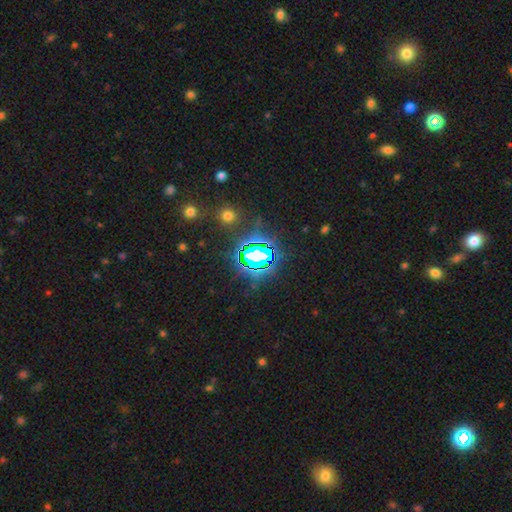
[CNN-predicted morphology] Smooth or featured? Predicted: star or artifact (p=0.78).